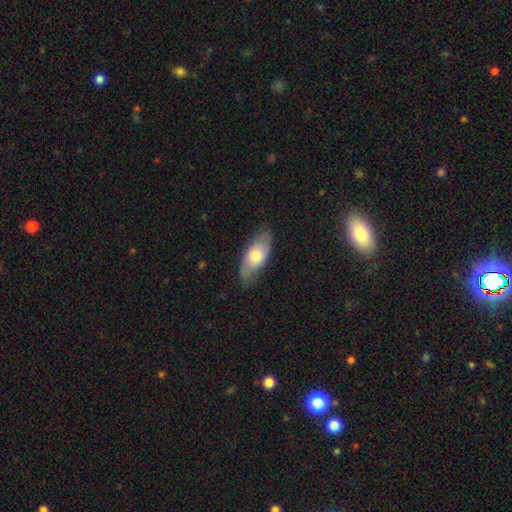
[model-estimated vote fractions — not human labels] Q: Smooth or featured?
A: smooth (65%); runner-up: featured or disk (29%)
Q: How rounded?
A: in between (84%); runner-up: cigar-shaped (13%)
Q: Merging?
A: none (77%); runner-up: minor disturbance (18%)